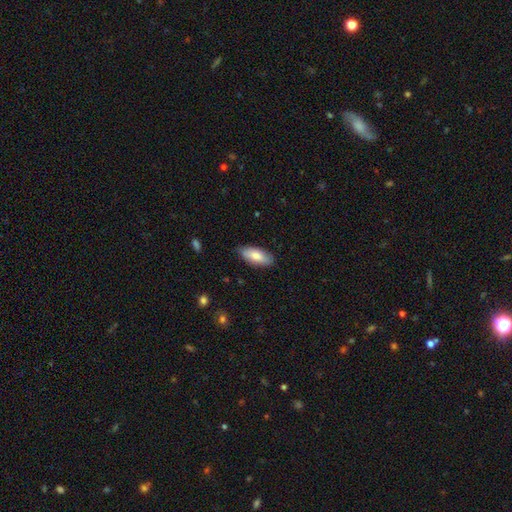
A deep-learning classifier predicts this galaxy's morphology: type=smooth (78%); roundness=in between (83%); merging=none (85%).